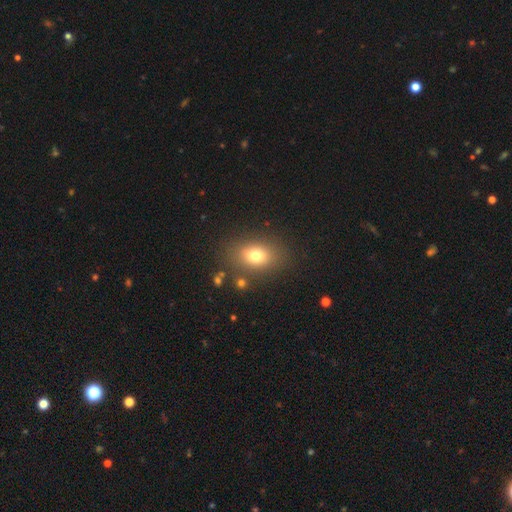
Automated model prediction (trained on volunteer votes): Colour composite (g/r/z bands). It shows a smooth galaxy with no disk features (75%) that is in between round and cigar-shaped (72%). Merging: none (80%).